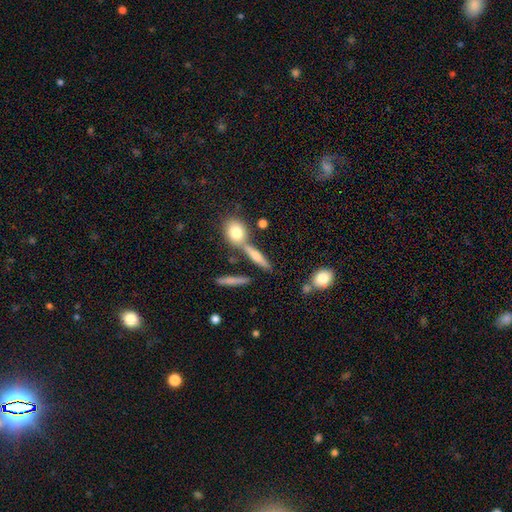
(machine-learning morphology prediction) The model was most divided on "smooth or featured": smooth: 60%, featured or disk: 30%, star or artifact: 10%. More confident: merging — none (65%); how rounded — cigar-shaped (62%).